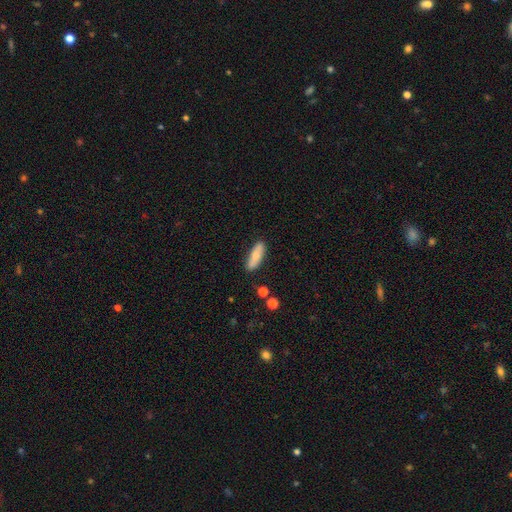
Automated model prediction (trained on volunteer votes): smooth_or_featured: smooth (p=0.66) [alt: featured or disk p=0.27]
how_rounded: in between (p=0.52) [alt: cigar-shaped p=0.46]
merging: none (p=0.85) [alt: minor disturbance p=0.11]